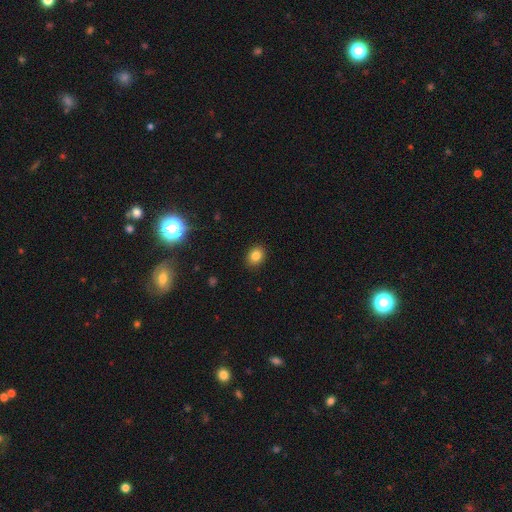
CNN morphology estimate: Q: Smooth or featured?
A: smooth (82%); runner-up: star or artifact (12%)
Q: How rounded?
A: round (57%); runner-up: in between (42%)
Q: Merging?
A: none (89%); runner-up: minor disturbance (8%)